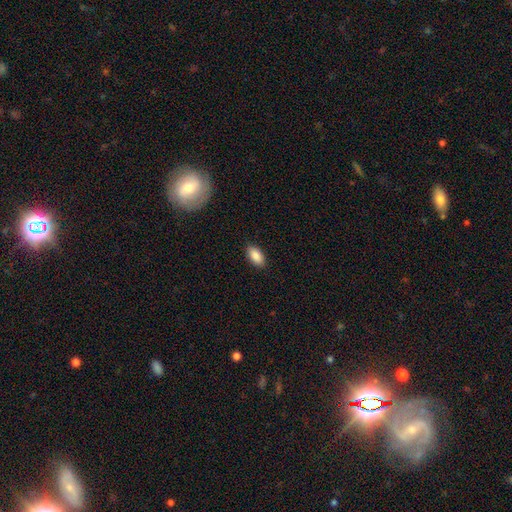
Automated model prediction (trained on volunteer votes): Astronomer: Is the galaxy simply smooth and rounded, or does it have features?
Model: smooth — 88%.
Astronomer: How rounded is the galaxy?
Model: in between — 93%.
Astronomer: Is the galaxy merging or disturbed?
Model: none — 89%.